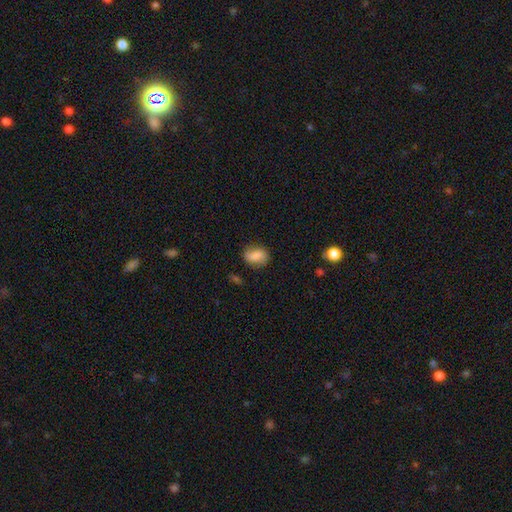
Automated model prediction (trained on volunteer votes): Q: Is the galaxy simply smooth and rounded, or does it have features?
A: smooth — 70%.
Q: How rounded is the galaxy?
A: in between — 71%.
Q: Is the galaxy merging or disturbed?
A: none — 71%.